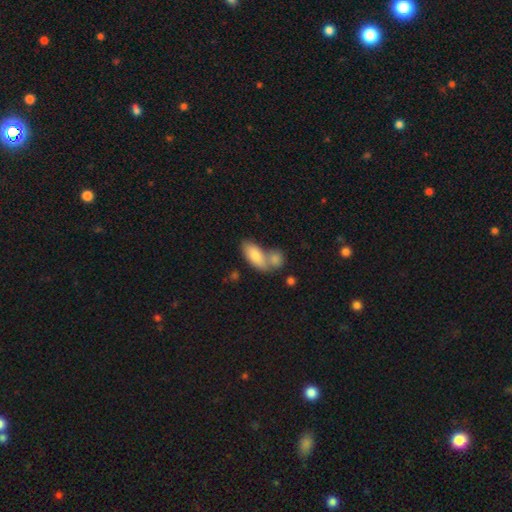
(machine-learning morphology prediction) The model was most divided on "merging": merger: 46%, none: 38%, minor disturbance: 12%, major disturbance: 5%. More confident: how rounded — in between (87%); smooth or featured — smooth (83%).